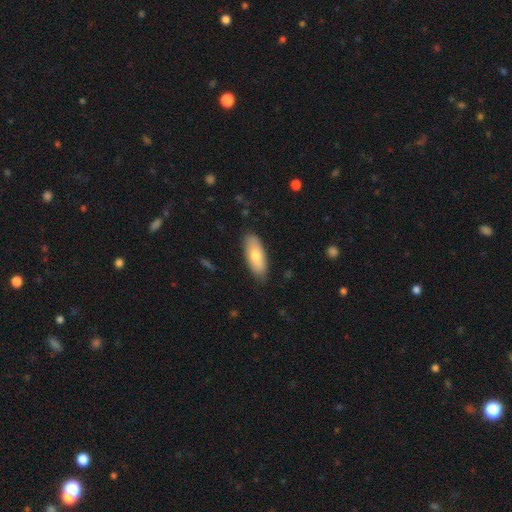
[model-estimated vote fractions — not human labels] Smooth or featured? smooth (73%)
How rounded? in between (81%)
Merging? none (83%)